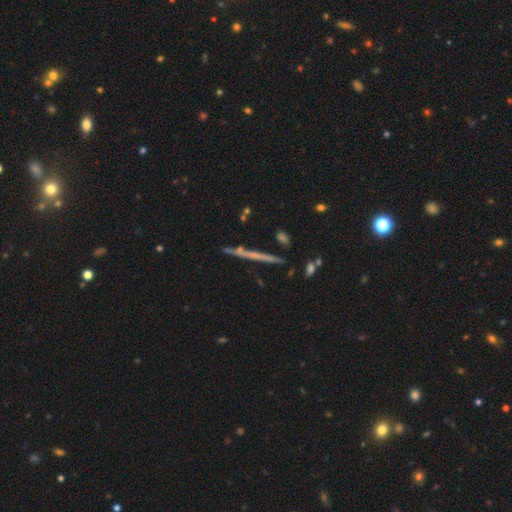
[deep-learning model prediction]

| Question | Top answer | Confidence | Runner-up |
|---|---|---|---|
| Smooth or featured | featured or disk | 55% | smooth (37%) |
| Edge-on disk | yes | 96% | no (4%) |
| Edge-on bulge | none | 83% | rounded (13%) |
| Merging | none | 86% | minor disturbance (9%) |